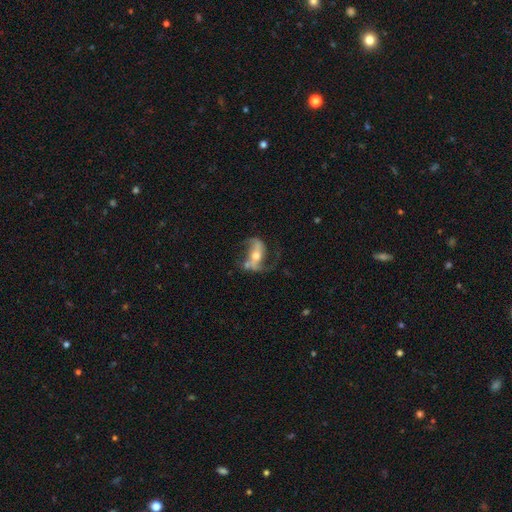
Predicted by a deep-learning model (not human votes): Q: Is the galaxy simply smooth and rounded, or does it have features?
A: featured or disk — 82%.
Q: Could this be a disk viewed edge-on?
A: no — 94%.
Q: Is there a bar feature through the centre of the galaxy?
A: strong — 41%.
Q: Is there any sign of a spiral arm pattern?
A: yes — 91%.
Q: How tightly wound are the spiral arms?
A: loose — 62%.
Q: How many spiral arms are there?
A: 2 — 89%.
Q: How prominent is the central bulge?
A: moderate — 63%.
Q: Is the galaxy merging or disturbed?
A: none — 57%.